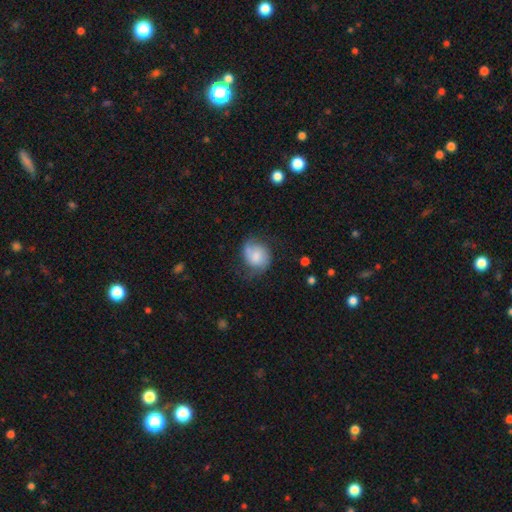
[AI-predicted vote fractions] This is possibly a smooth galaxy (56%). How rounded: likely round (60%). Merging: possibly none (51%).